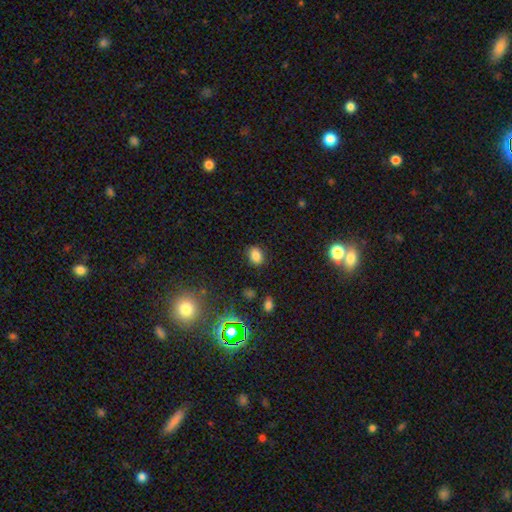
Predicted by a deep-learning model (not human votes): A smooth galaxy with no disk features (80%) that is in between round and cigar-shaped (66%). Merging: none (85%).